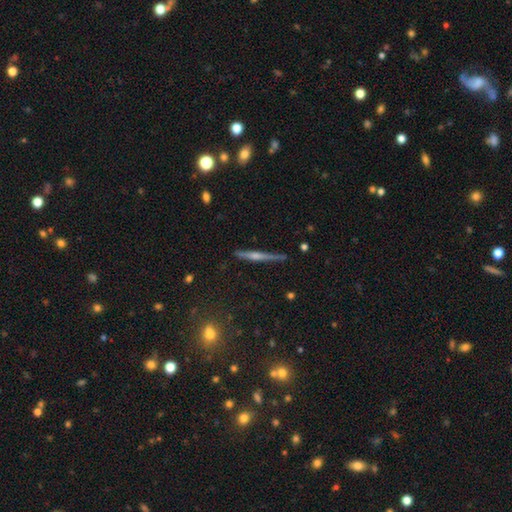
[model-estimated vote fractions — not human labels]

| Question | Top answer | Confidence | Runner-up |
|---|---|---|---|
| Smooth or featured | featured or disk | 70% | smooth (21%) |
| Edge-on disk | yes | 98% | no (2%) |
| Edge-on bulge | rounded | 70% | none (19%) |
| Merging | none | 86% | minor disturbance (10%) |